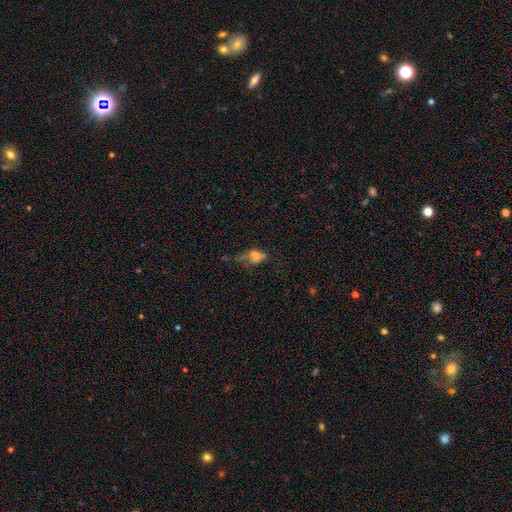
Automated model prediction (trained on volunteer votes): A smooth galaxy with no disk features (60%) that is in between round and cigar-shaped (78%).

Vote fractions:
- Smooth or featured? smooth: 60% / featured or disk: 21% / star or artifact: 19%
- How rounded? in between: 78% / round: 15% / cigar-shaped: 7%
- Merging? major disturbance: 38% / none: 29% / minor disturbance: 25% / merger: 8%